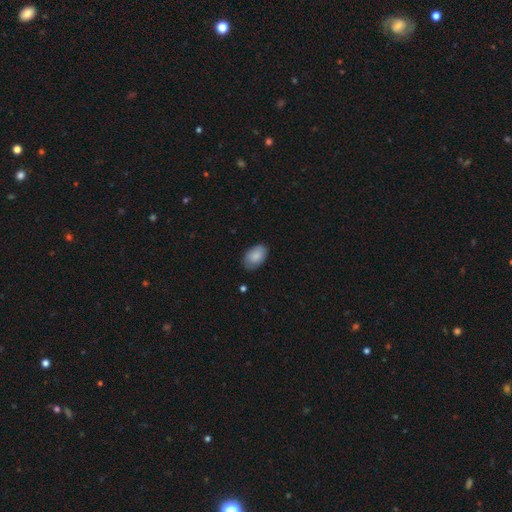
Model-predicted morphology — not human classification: A smooth galaxy with no disk features (86%) that is in between round and cigar-shaped (91%).

Vote fractions:
- Smooth or featured? smooth: 86% / featured or disk: 7% / star or artifact: 6%
- How rounded? in between: 91% / round: 8% / cigar-shaped: 1%
- Merging? none: 76% / minor disturbance: 19% / major disturbance: 3% / merger: 1%